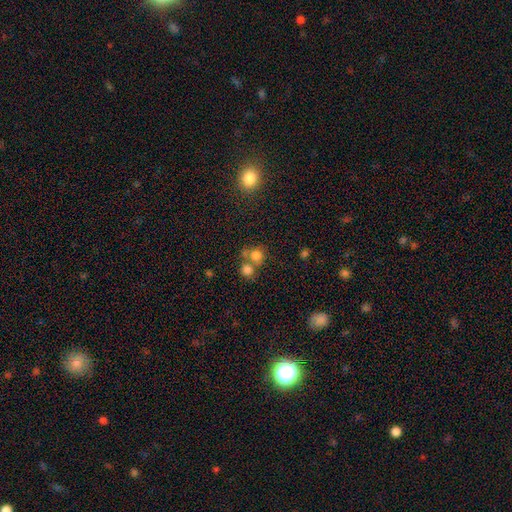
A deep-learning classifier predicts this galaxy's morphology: Smooth or featured?
  - smooth: 75% *
  - star or artifact: 15%
  - featured or disk: 10%
How rounded?
  - round: 86% *
  - in between: 13%
  - cigar-shaped: 1%
Merging?
  - none: 49% *
  - merger: 39%
  - minor disturbance: 8%
  - major disturbance: 4%